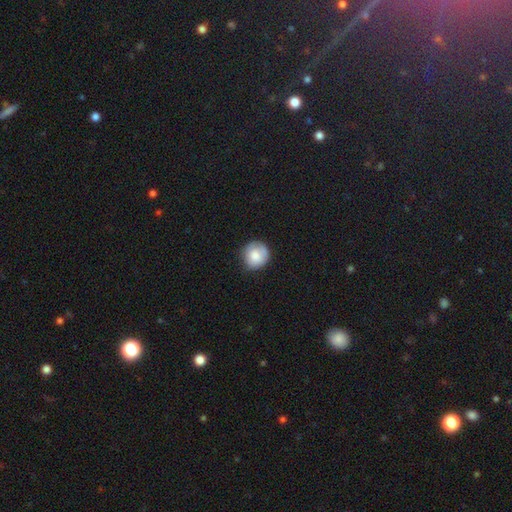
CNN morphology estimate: Smooth or featured? Predicted: smooth (p=0.80). How rounded? Predicted: round (p=0.91). Merging? Predicted: none (p=0.76).